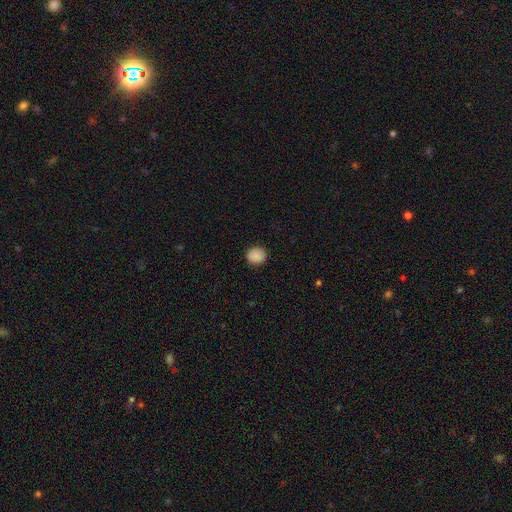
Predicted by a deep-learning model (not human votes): Smooth or featured: smooth — 88% (star or artifact — 8%)
How rounded: round — 82% (in between — 17%)
Merging: none — 89% (minor disturbance — 8%)